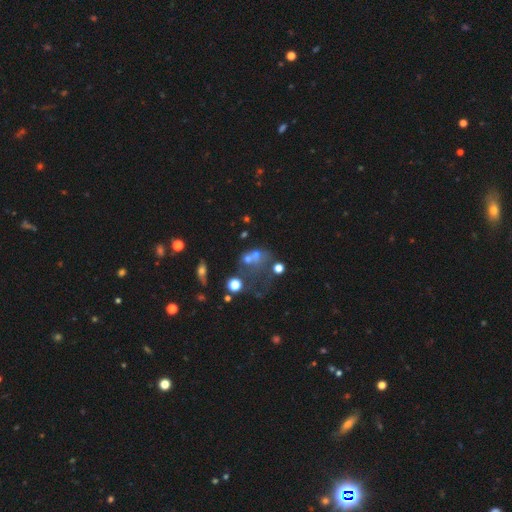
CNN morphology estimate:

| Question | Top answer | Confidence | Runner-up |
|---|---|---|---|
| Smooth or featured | smooth | 45% | featured or disk (33%) |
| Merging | merger | 43% | major disturbance (23%) |